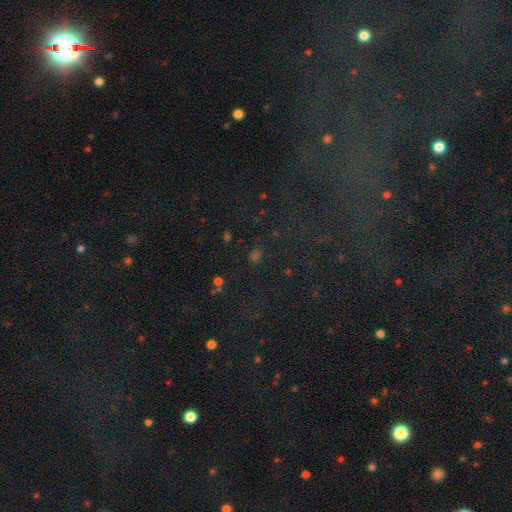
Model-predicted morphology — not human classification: type=star or artifact (57%).